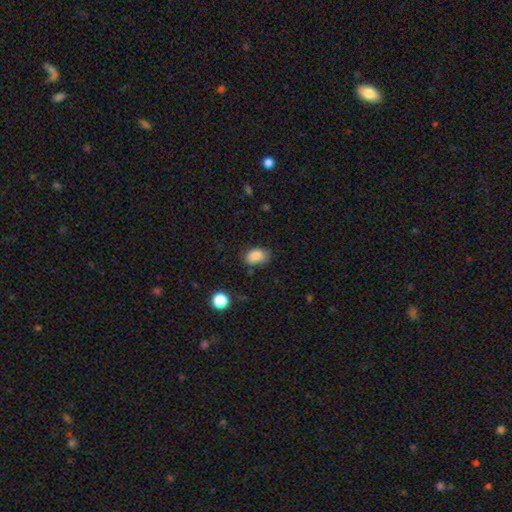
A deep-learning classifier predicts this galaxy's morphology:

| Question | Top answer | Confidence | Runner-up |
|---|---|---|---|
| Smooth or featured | smooth | 86% | star or artifact (9%) |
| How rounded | in between | 82% | round (17%) |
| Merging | none | 71% | minor disturbance (22%) |